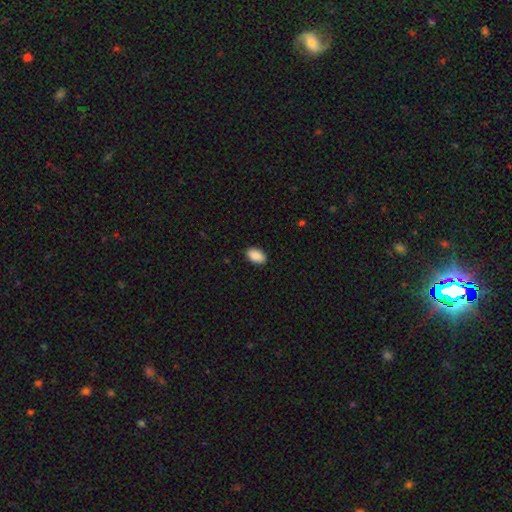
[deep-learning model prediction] Smooth or featured?
  - smooth: 90% *
  - star or artifact: 7%
  - featured or disk: 3%
How rounded?
  - in between: 94% *
  - round: 5%
  - cigar-shaped: 2%
Merging?
  - none: 90% *
  - minor disturbance: 8%
  - major disturbance: 2%
  - merger: 1%